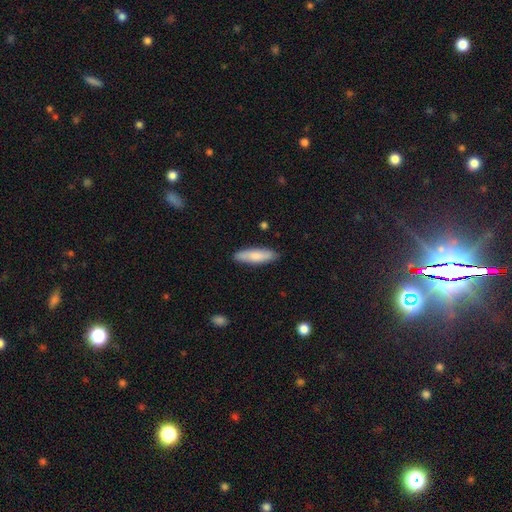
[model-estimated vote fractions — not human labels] This is likely a smooth galaxy (80%). How rounded: likely cigar-shaped (63%). Merging: clearly none (87%).